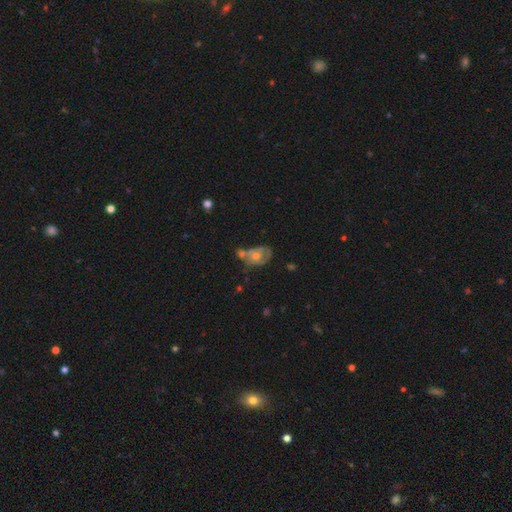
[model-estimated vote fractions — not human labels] Q: Smooth or featured?
A: featured or disk (54%); runner-up: smooth (37%)
Q: Edge-on disk?
A: no (95%); runner-up: yes (5%)
Q: Bar?
A: no (85%); runner-up: weak (13%)
Q: Spiral arms?
A: no (57%); runner-up: yes (43%)
Q: Bulge size?
A: moderate (69%); runner-up: small (22%)
Q: Merging?
A: merger (37%); runner-up: none (30%)